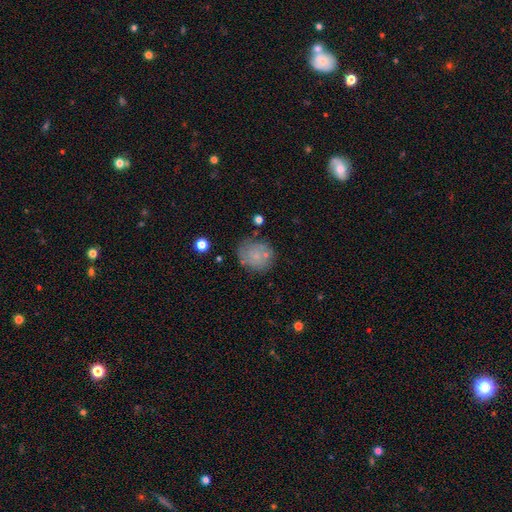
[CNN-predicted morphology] A smooth galaxy with no disk features (65%) that is round (76%).

Vote fractions:
- Smooth or featured? smooth: 65% / featured or disk: 25% / star or artifact: 10%
- How rounded? round: 76% / in between: 23% / cigar-shaped: 1%
- Merging? none: 65% / minor disturbance: 21% / major disturbance: 8% / merger: 7%